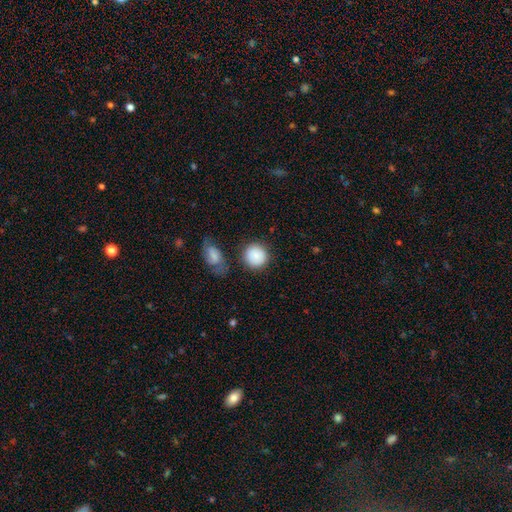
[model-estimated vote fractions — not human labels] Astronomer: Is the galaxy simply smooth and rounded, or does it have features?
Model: smooth — 86%.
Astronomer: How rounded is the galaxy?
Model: round — 88%.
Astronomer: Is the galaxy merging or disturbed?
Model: none — 76%.